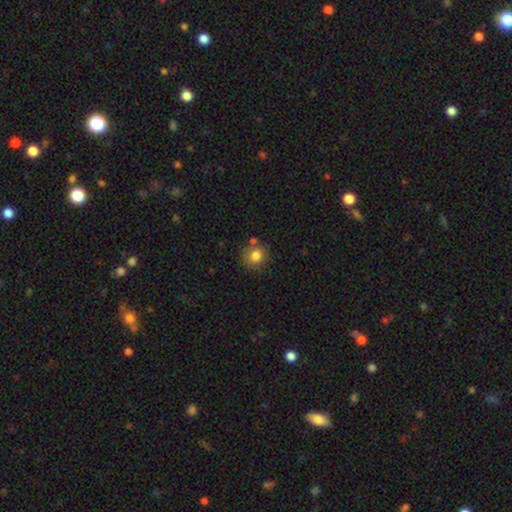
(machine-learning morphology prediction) Q: Smooth or featured?
A: smooth (81%); runner-up: star or artifact (10%)
Q: How rounded?
A: round (78%); runner-up: in between (21%)
Q: Merging?
A: none (72%); runner-up: minor disturbance (13%)